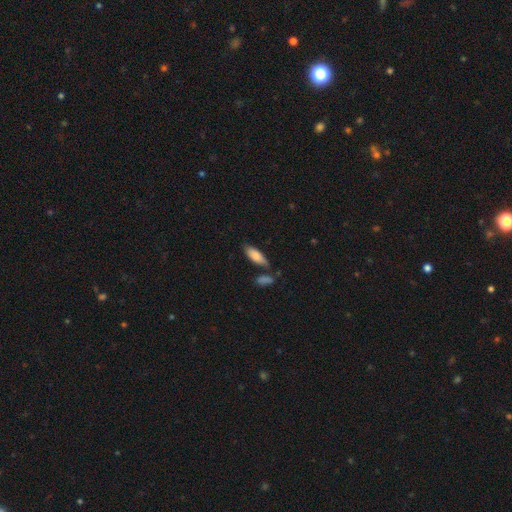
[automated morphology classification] Smooth or featured?
  - smooth: 81% *
  - featured or disk: 13%
  - star or artifact: 6%
How rounded?
  - in between: 73% *
  - cigar-shaped: 24%
  - round: 2%
Merging?
  - none: 63% *
  - minor disturbance: 18%
  - merger: 14%
  - major disturbance: 5%